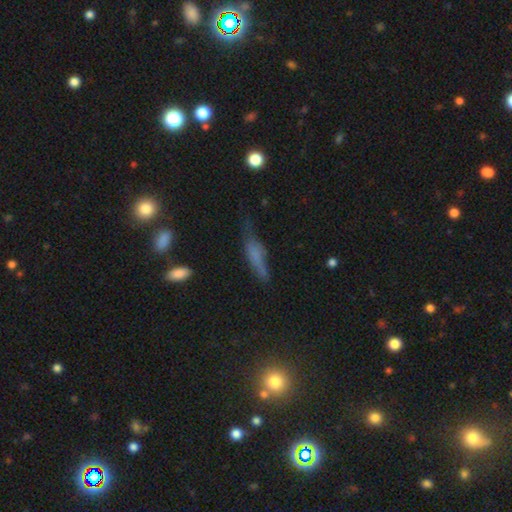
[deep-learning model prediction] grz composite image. It shows a smooth galaxy with no disk features (54%) that is cigar-shaped (71%). Merging: none (50%).